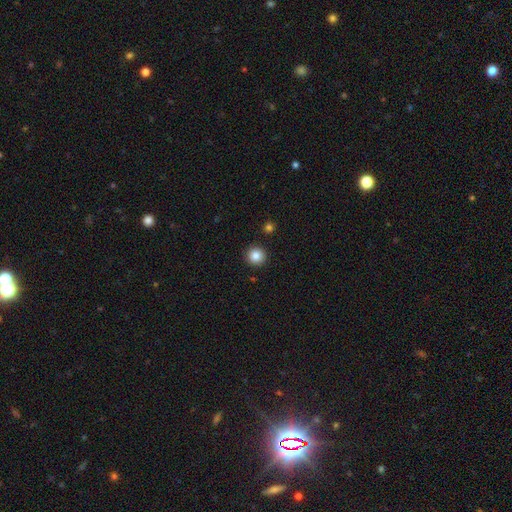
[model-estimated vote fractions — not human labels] Q: Smooth or featured?
A: smooth (85%); runner-up: star or artifact (10%)
Q: How rounded?
A: round (95%); runner-up: in between (4%)
Q: Merging?
A: none (92%); runner-up: minor disturbance (5%)